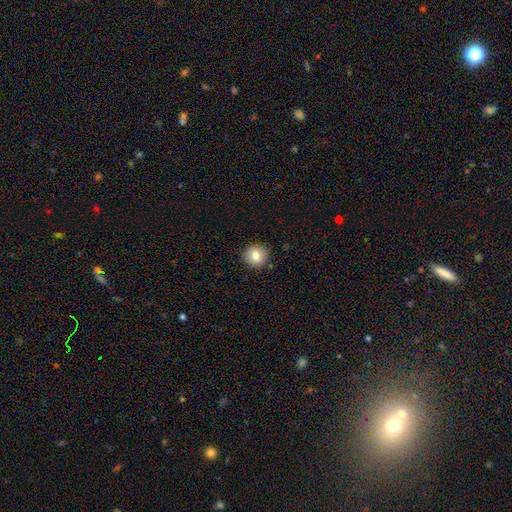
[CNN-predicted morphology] type=smooth (81%); roundness=round (92%); merging=none (89%).